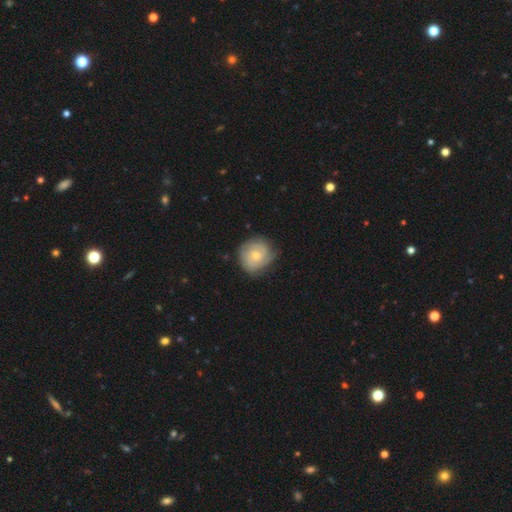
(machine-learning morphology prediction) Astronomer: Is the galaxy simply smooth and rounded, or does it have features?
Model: featured or disk — 68%.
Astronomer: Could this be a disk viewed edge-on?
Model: no — 98%.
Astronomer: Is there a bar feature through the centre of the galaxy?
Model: no — 76%.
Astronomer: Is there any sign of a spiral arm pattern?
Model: yes — 92%.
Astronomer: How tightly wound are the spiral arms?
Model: tight — 65%.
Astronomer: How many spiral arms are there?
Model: can't tell — 30% (runner-up: 3, 27%).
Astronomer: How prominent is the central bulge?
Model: small — 59% (runner-up: moderate, 37%).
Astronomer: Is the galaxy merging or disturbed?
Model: none — 75%.